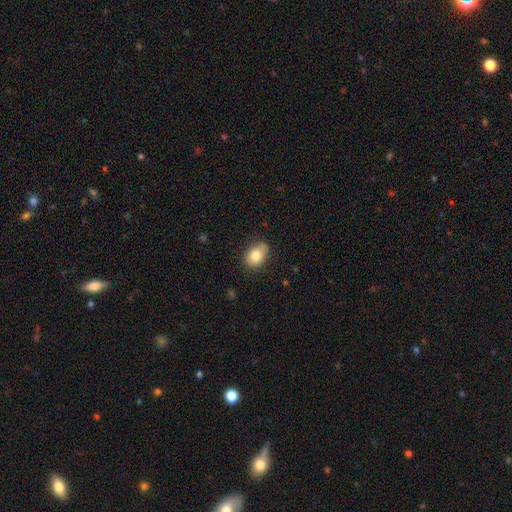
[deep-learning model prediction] Q: Smooth or featured?
A: smooth (81%); runner-up: featured or disk (11%)
Q: How rounded?
A: in between (75%); runner-up: round (24%)
Q: Merging?
A: none (78%); runner-up: minor disturbance (17%)